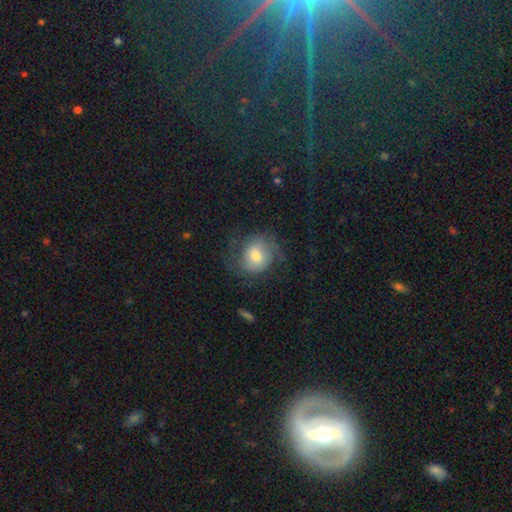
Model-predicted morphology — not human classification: Q: Smooth or featured?
A: featured or disk (51%); runner-up: smooth (40%)
Q: Edge-on disk?
A: no (97%); runner-up: yes (3%)
Q: Merging?
A: none (62%); runner-up: minor disturbance (20%)